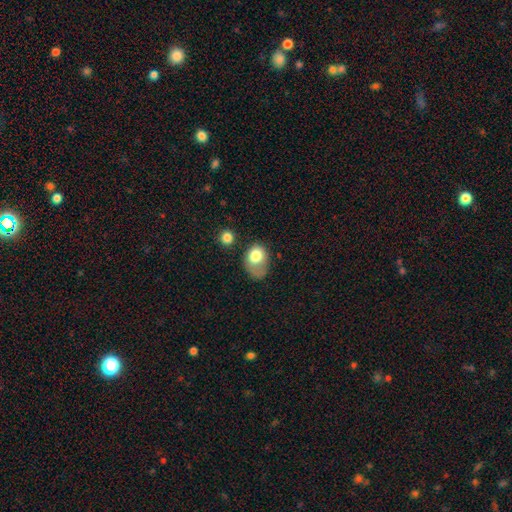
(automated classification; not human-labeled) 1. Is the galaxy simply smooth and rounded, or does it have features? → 76% smooth, 16% featured or disk, 8% star or artifact.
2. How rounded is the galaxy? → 63% in between, 36% round, 1% cigar-shaped.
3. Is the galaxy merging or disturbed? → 34% minor disturbance, 32% major disturbance, 26% none, 8% merger.